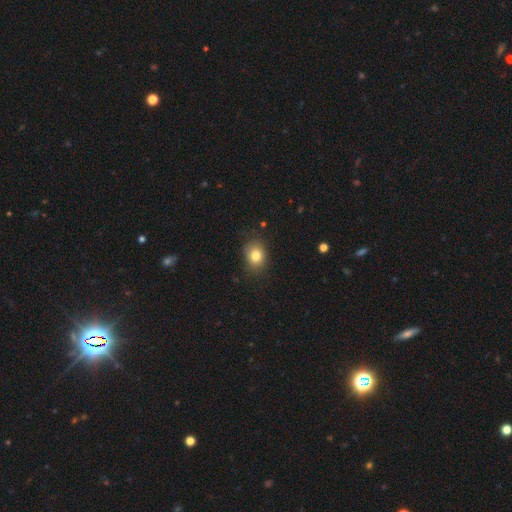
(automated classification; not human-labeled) This appears to be a smooth galaxy with no disk features (80%) that is round (50%). Merging: none (80%).